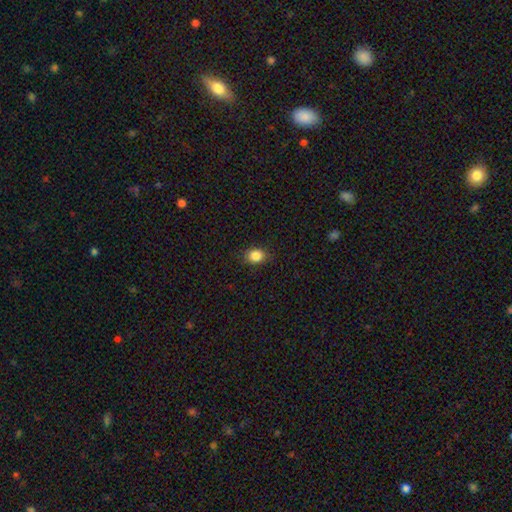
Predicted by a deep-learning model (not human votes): The model was most divided on "how rounded": in between: 52%, round: 47%, cigar-shaped: 1%. More confident: smooth or featured — smooth (86%); merging — none (86%).